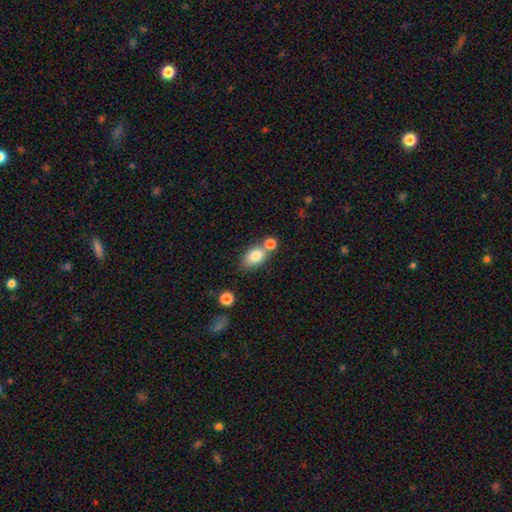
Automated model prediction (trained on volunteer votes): smooth-or-featured: smooth: 80% | featured or disk: 12% | star or artifact: 8%
  how-rounded: in between: 81% | round: 16% | cigar-shaped: 2%
  merging: none: 51% | merger: 33% | minor disturbance: 13% | major disturbance: 4%